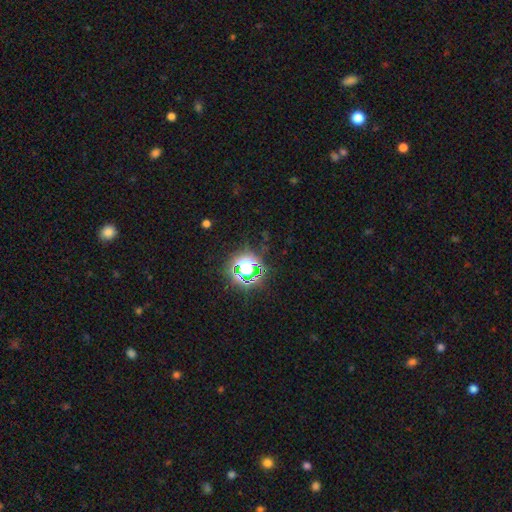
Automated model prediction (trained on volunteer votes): This is likely a star or artifact rather than a galaxy (77%).